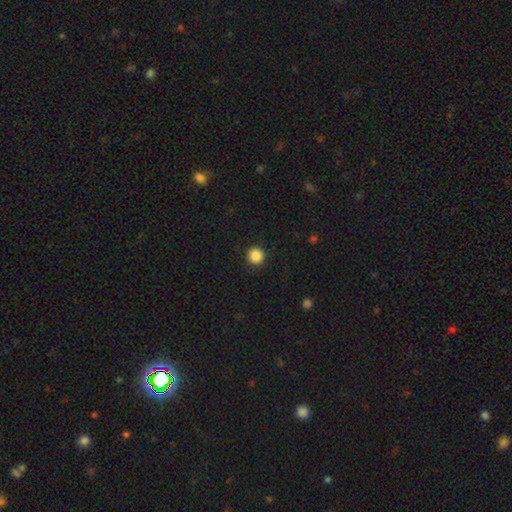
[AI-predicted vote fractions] Smooth or featured? smooth (87%)
How rounded? round (95%)
Merging? none (93%)